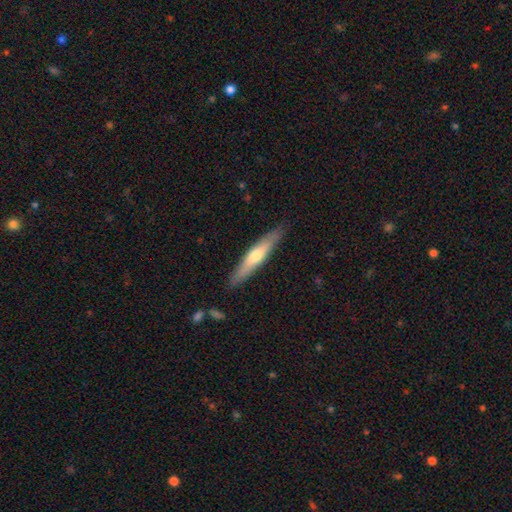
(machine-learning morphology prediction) type=smooth (49%); merging=none (88%).